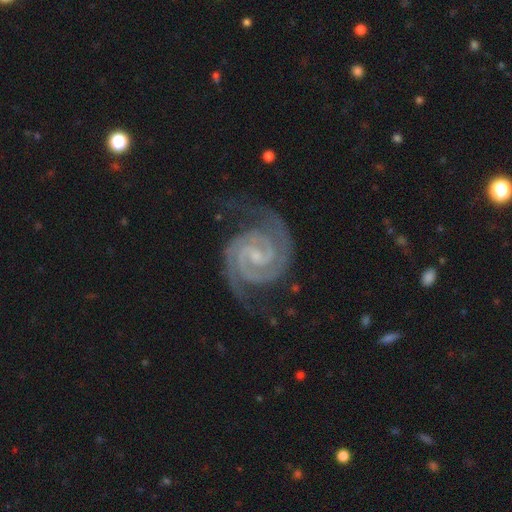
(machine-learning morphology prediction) Q: Smooth or featured?
A: featured or disk (94%); runner-up: star or artifact (4%)
Q: Edge-on disk?
A: no (98%); runner-up: yes (2%)
Q: Bar?
A: weak (46%); runner-up: no (36%)
Q: Spiral arms?
A: yes (99%); runner-up: no (1%)
Q: Spiral winding?
A: tight (72%); runner-up: medium (25%)
Q: Spiral arm count?
A: 2 (87%); runner-up: 3 (6%)
Q: Bulge size?
A: small (71%); runner-up: moderate (17%)
Q: Merging?
A: none (75%); runner-up: minor disturbance (17%)